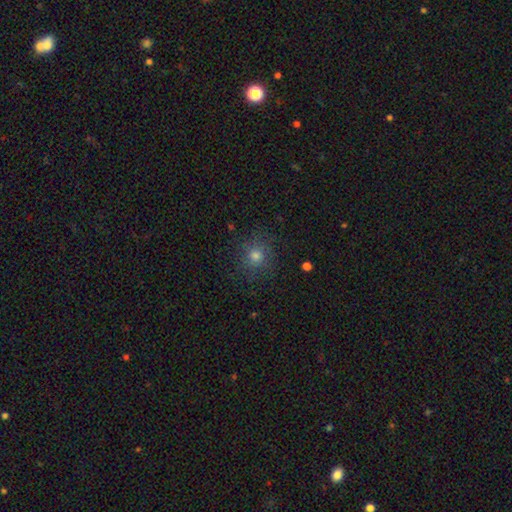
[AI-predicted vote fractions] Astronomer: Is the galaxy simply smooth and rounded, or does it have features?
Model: smooth — 71%.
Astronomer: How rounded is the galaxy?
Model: round — 90%.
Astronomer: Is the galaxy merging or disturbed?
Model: none — 84%.